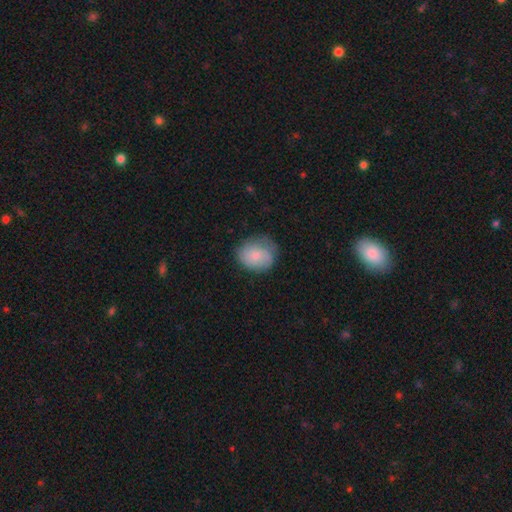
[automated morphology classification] A smooth galaxy with no disk features (74%) that is round (63%).

Vote fractions:
- Smooth or featured? smooth: 74% / featured or disk: 19% / star or artifact: 7%
- How rounded? round: 63% / in between: 36% / cigar-shaped: 1%
- Merging? none: 64% / minor disturbance: 27% / major disturbance: 8% / merger: 1%